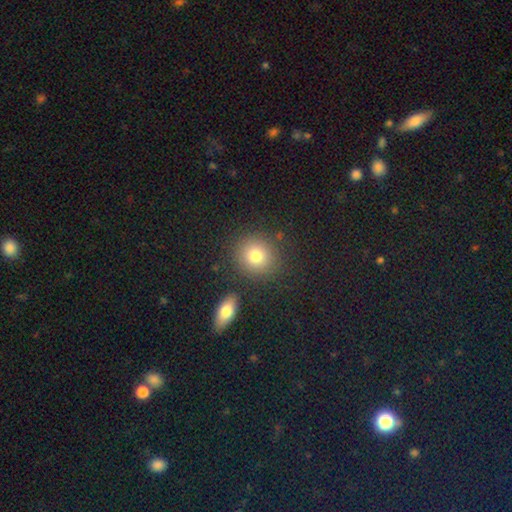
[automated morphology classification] Smooth or featured?
  - smooth: 80% *
  - star or artifact: 11%
  - featured or disk: 9%
How rounded?
  - round: 85% *
  - in between: 14%
  - cigar-shaped: 1%
Merging?
  - none: 83% *
  - minor disturbance: 8%
  - merger: 5%
  - major disturbance: 3%